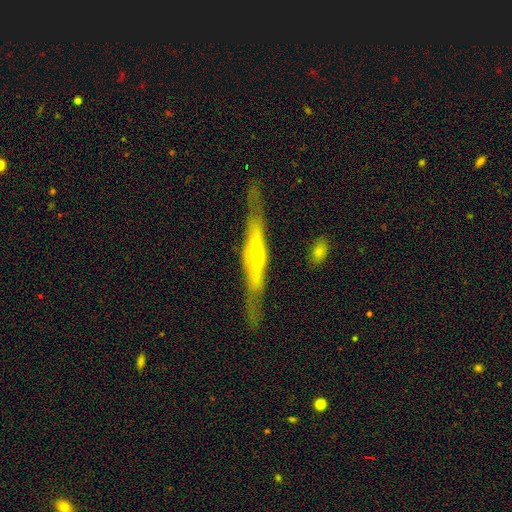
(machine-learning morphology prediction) smooth-or-featured: featured or disk: 74% | smooth: 20% | star or artifact: 6%
  disk-edge-on: yes: 91% | no: 9%
    edge-on-bulge: rounded: 75% | none: 17% | boxy: 8%
  merging: none: 81% | minor disturbance: 13% | major disturbance: 4% | merger: 2%